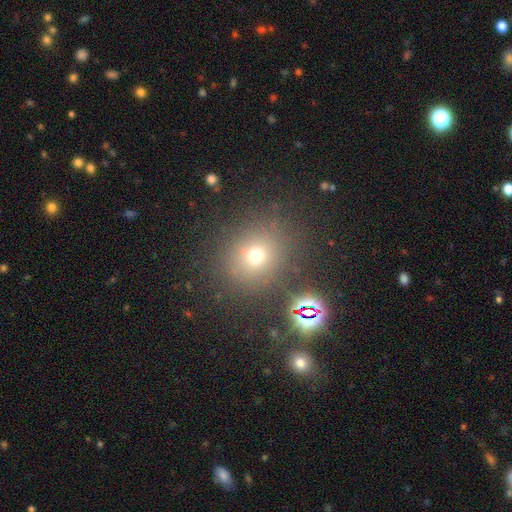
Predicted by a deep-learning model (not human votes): Morphology: type=smooth (66%); roundness=round (80%); merging=none (81%).